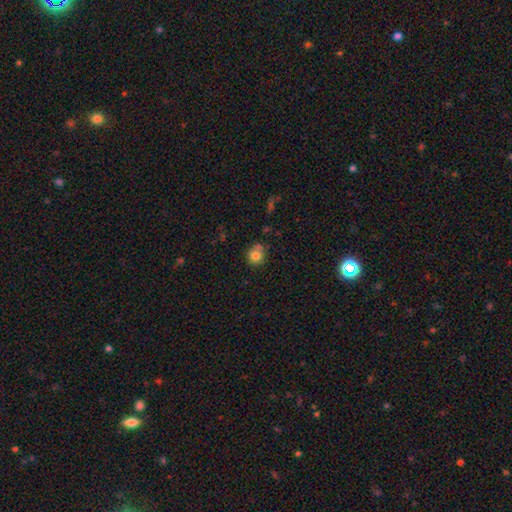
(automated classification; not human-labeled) This appears to be a smooth galaxy with no disk features (80%) that is round (87%). Merging: none (65%).